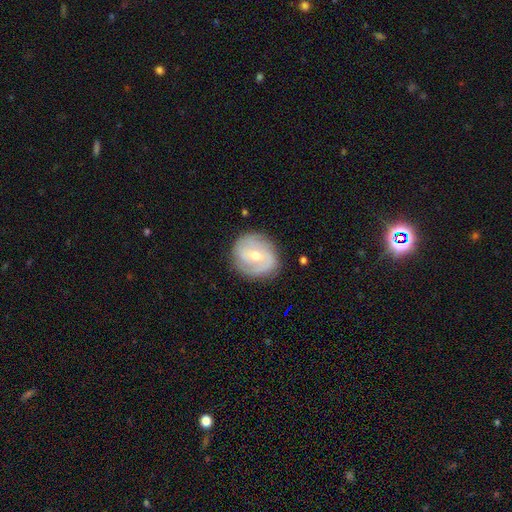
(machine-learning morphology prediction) A featured or disk galaxy (71%) with a weak bar (47%), 2 (66%) tight (44%) spiral arms (86%) and a moderate central bulge (56%).

Vote fractions:
- Smooth or featured? featured or disk: 71% / smooth: 23% / star or artifact: 6%
- Edge-on disk? no: 97% / yes: 3%
- Bar? weak: 47% / no: 38% / strong: 15%
- Spiral arms? yes: 86% / no: 14%
- Spiral winding? tight: 44% / medium: 39% / loose: 17%
- Spiral arm count? 2: 66% / can't tell: 17% / 3: 7% / 1: 6% / 4: 2% / more than 4: 2%
- Bulge size? moderate: 56% / small: 41% / large: 2% / none: 1% / dominant: 1%
- Merging? none: 81% / minor disturbance: 13% / major disturbance: 4% / merger: 1%